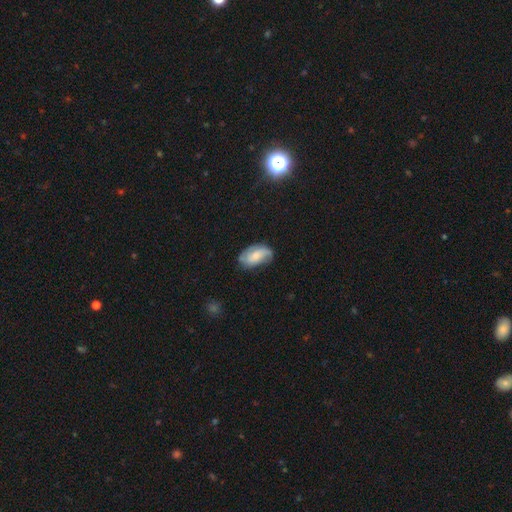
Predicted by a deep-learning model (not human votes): Smooth or featured? Predicted: smooth (p=0.51). How rounded? Predicted: in between (p=0.91). Merging? Predicted: none (p=0.63).